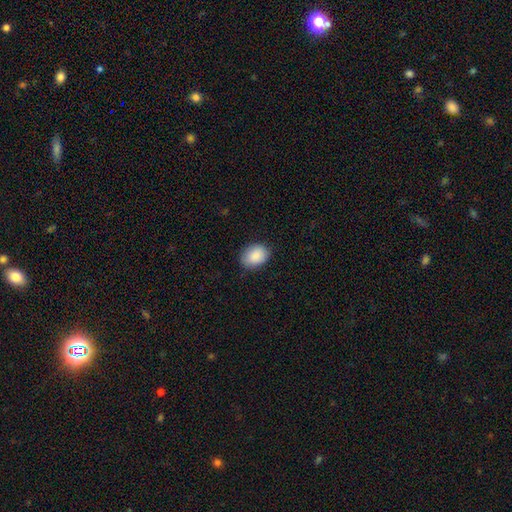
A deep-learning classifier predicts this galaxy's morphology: smooth-or-featured: smooth: 89% | star or artifact: 7% | featured or disk: 4%
  how-rounded: in between: 72% | round: 27% | cigar-shaped: 1%
  merging: none: 84% | minor disturbance: 13% | major disturbance: 3% | merger: 1%